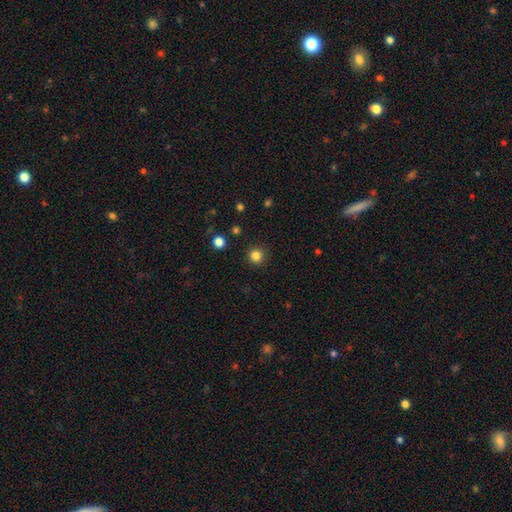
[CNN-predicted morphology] Smooth or featured? smooth (83%)
How rounded? round (95%)
Merging? none (92%)